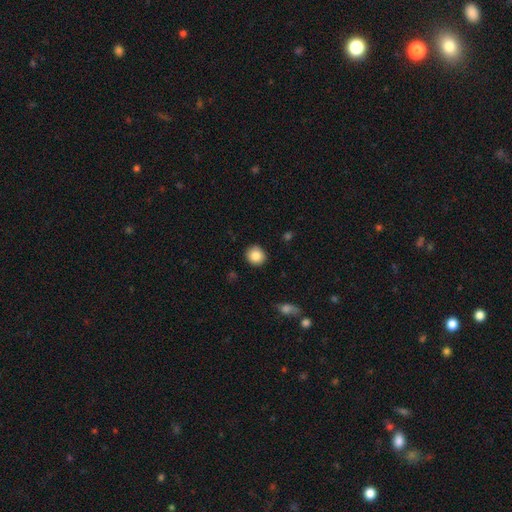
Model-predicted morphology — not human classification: smooth-or-featured: smooth: 85% | star or artifact: 9% | featured or disk: 6%
  how-rounded: round: 89% | in between: 10% | cigar-shaped: 1%
  merging: none: 90% | minor disturbance: 7% | major disturbance: 2% | merger: 1%